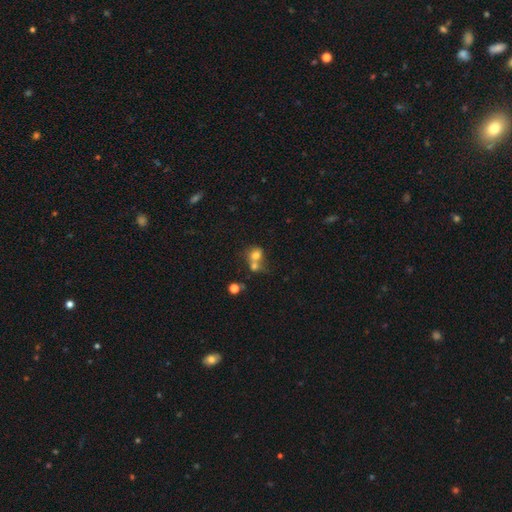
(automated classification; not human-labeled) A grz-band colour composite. It shows a smooth galaxy with no disk features (71%) that is round (66%). Merging: merger (64%).